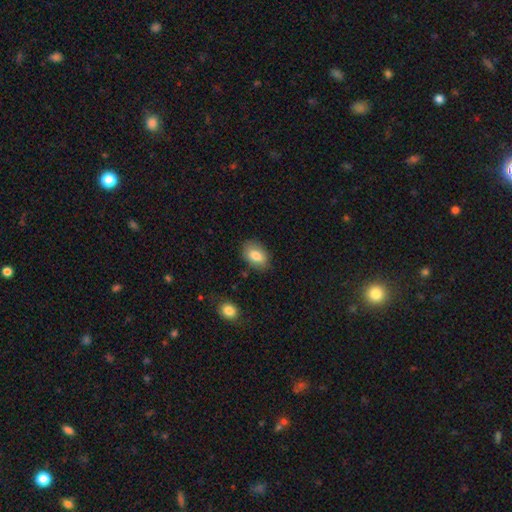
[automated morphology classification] smooth-or-featured: smooth: 81% | featured or disk: 12% | star or artifact: 7%
  how-rounded: in between: 88% | round: 11% | cigar-shaped: 1%
  merging: none: 82% | minor disturbance: 13% | major disturbance: 3% | merger: 2%